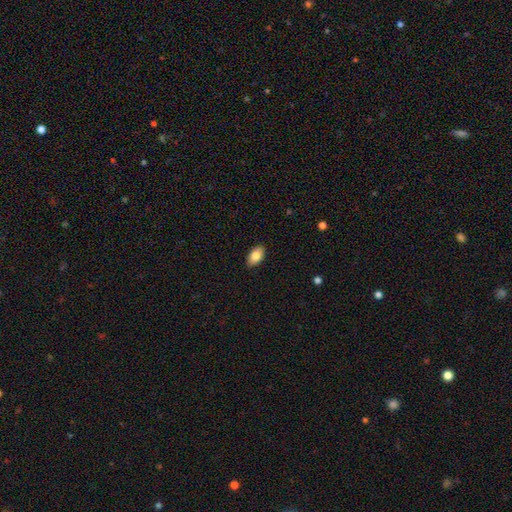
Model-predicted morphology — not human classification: Smooth or featured? Predicted: smooth (p=0.84). How rounded? Predicted: in between (p=0.93). Merging? Predicted: none (p=0.89).